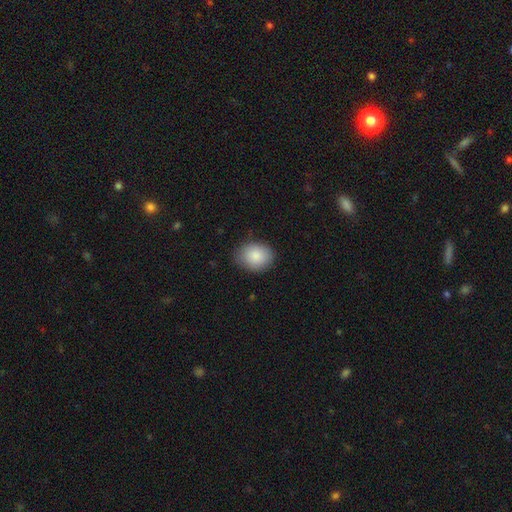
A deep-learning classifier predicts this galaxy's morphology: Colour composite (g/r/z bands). It shows a smooth galaxy with no disk features (87%) that is in between round and cigar-shaped (53%). Merging: none (81%).